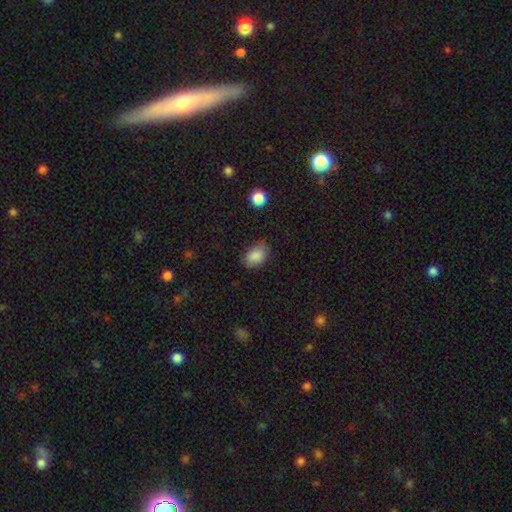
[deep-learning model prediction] Smooth or featured? Predicted: smooth (p=0.86). How rounded? Predicted: in between (p=0.83). Merging? Predicted: none (p=0.66).